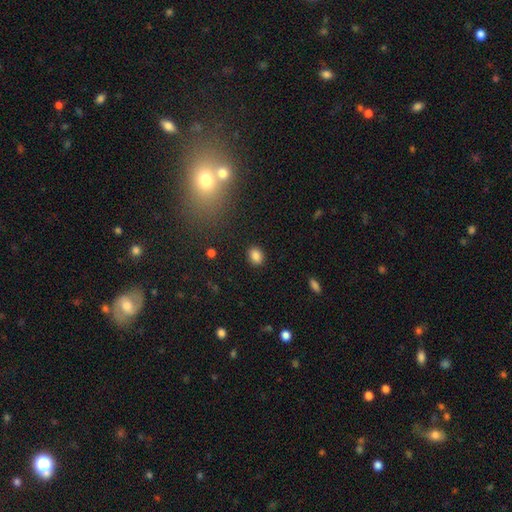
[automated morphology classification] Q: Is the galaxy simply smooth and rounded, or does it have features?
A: smooth — 84%.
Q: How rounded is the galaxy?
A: in between — 51%.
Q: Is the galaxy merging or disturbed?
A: none — 88%.